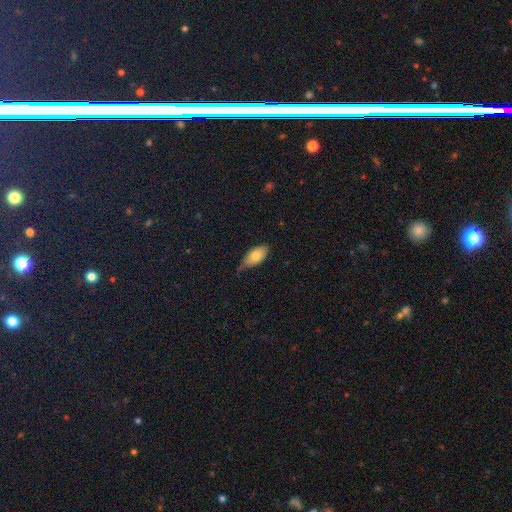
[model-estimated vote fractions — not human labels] A smooth galaxy with no disk features (77%) that is in between round and cigar-shaped (92%). Merging: none (49%).